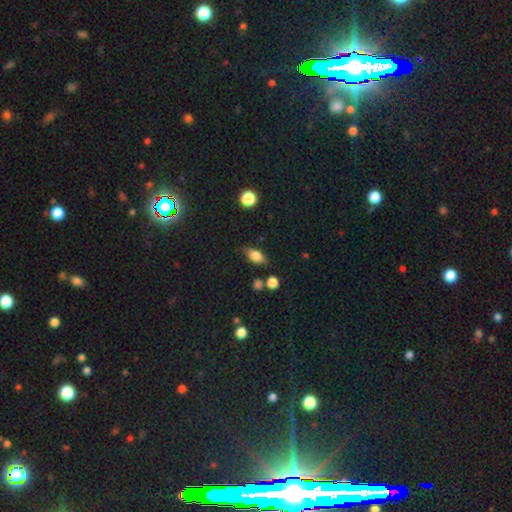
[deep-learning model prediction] smooth-or-featured: smooth: 78% | featured or disk: 13% | star or artifact: 10%
  how-rounded: in between: 83% | round: 9% | cigar-shaped: 8%
  merging: none: 75% | minor disturbance: 16% | merger: 4% | major disturbance: 4%